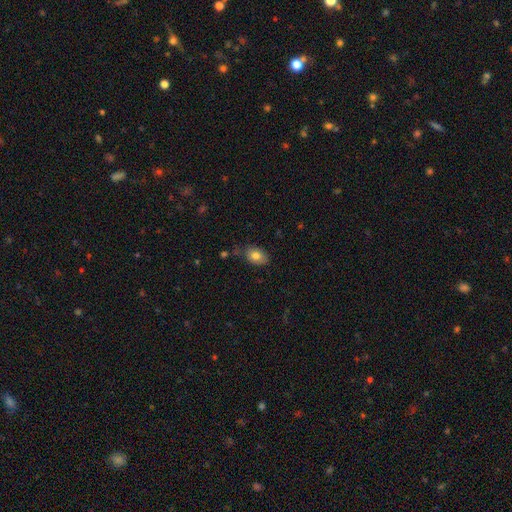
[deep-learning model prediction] smooth 81%, featured or disk 11%, star or artifact 8%. Down the decision tree: how rounded — in between (81%); merging — none (75%).